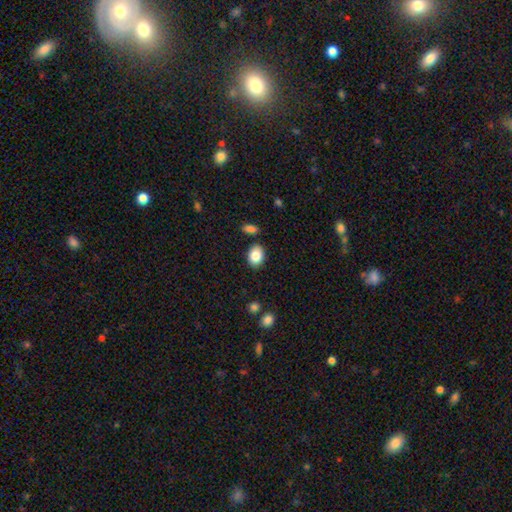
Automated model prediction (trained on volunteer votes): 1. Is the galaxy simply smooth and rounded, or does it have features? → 84% smooth, 8% star or artifact, 8% featured or disk.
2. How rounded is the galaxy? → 70% in between, 29% round, 1% cigar-shaped.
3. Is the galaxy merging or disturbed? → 83% none, 10% minor disturbance, 4% merger, 2% major disturbance.